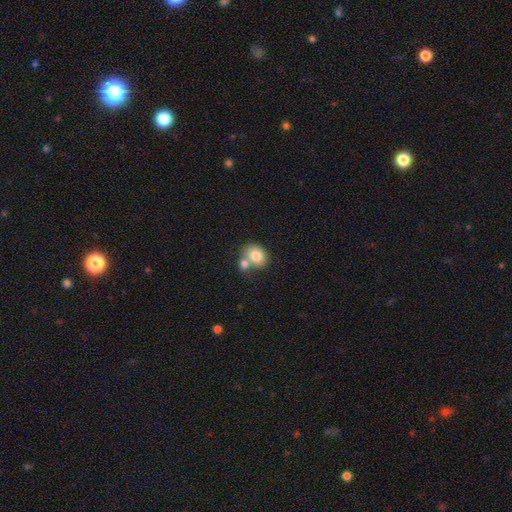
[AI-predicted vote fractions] This is likely a smooth galaxy (79%). How rounded: possibly in between (53%). Merging: possibly merger (47%).